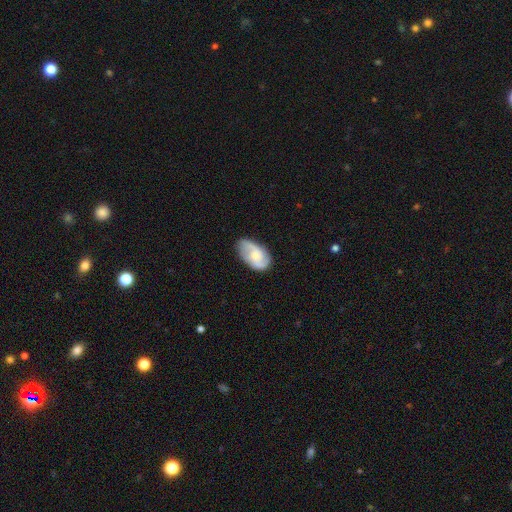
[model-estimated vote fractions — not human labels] A featured or disk galaxy (64%) with no bar (60%), 2 (73%) medium (47%) spiral arms (91%) and a moderate central bulge (41%).

Vote fractions:
- Smooth or featured? featured or disk: 64% / smooth: 29% / star or artifact: 6%
- Edge-on disk? no: 97% / yes: 3%
- Bar? no: 60% / weak: 34% / strong: 5%
- Spiral arms? yes: 91% / no: 9%
- Spiral winding? medium: 47% / loose: 30% / tight: 23%
- Spiral arm count? 2: 73% / can't tell: 12% / 3: 8% / 1: 4% / 4: 2% / more than 4: 2%
- Bulge size? moderate: 41% / small: 32% / none: 15% / large: 10% / dominant: 2%
- Merging? none: 70% / minor disturbance: 22% / major disturbance: 7% / merger: 2%